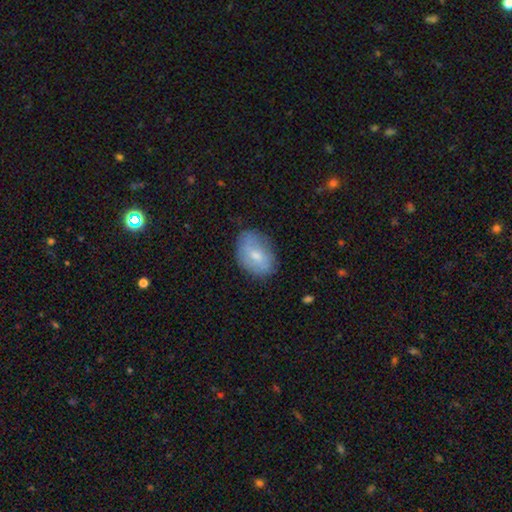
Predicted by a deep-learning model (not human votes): Smooth or featured? smooth (65%)
How rounded? in between (82%)
Merging? none (71%)